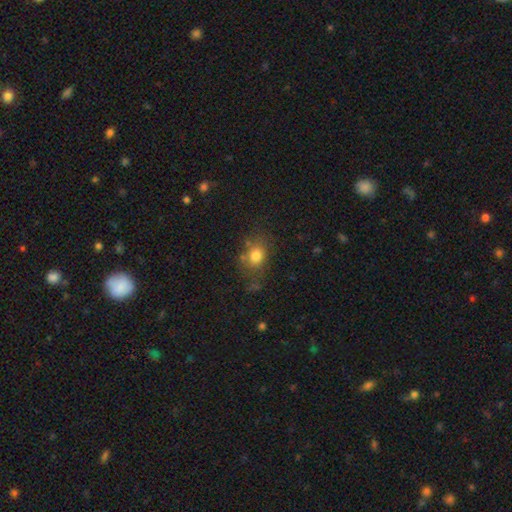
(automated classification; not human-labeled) smooth_or_featured: smooth (p=0.77) [alt: featured or disk p=0.11]
how_rounded: in between (p=0.51) [alt: round p=0.48]
merging: none (p=0.62) [alt: minor disturbance p=0.21]